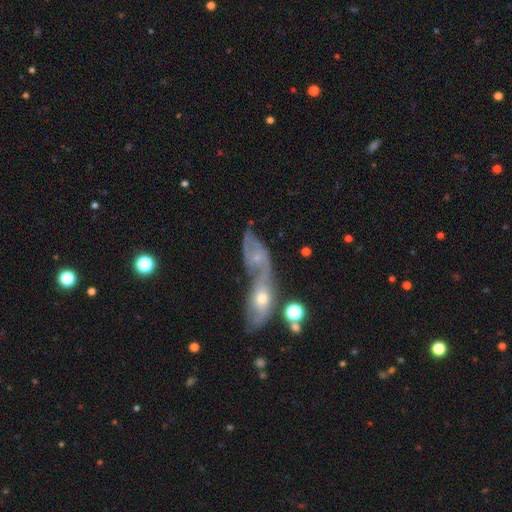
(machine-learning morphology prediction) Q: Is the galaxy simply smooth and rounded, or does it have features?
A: featured or disk — 63%.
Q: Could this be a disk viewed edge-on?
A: no — 87%.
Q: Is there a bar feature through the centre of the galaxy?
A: no — 76%.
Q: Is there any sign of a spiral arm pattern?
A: yes — 66%.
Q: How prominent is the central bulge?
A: small — 64%.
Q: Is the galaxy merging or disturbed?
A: merger — 63%.